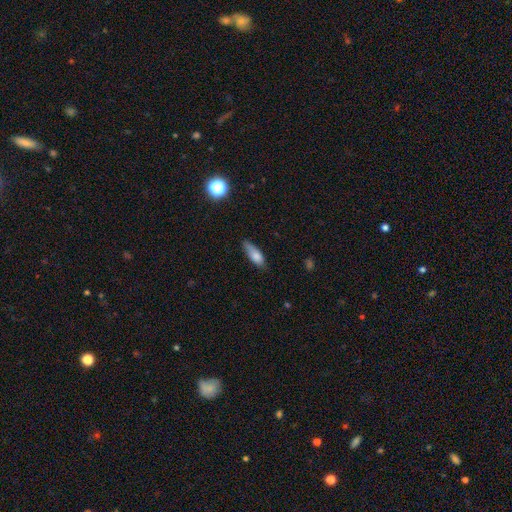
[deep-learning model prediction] Smooth or featured? smooth (79%)
How rounded? in between (64%)
Merging? none (52%)